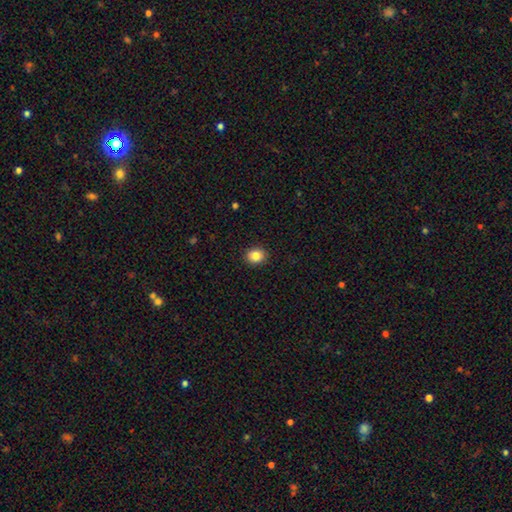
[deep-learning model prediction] smooth 84%, star or artifact 10%, featured or disk 6%. Down the decision tree: how rounded — round (68%); merging — none (91%).